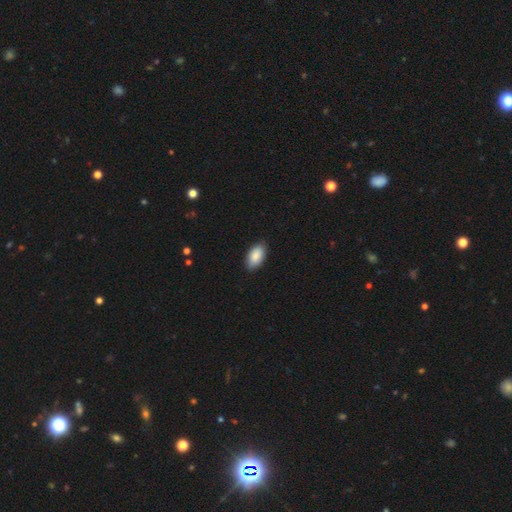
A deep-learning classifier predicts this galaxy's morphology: Q: Smooth or featured?
A: smooth (87%); runner-up: featured or disk (7%)
Q: How rounded?
A: in between (95%); runner-up: round (3%)
Q: Merging?
A: none (86%); runner-up: minor disturbance (11%)